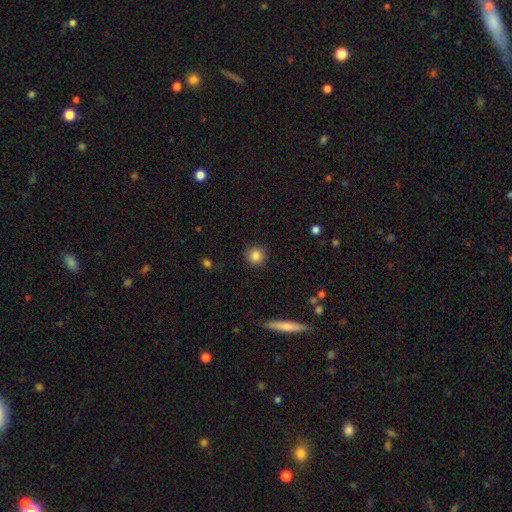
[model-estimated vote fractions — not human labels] A smooth galaxy with no disk features (86%) that is round (92%). Merging: none (88%).